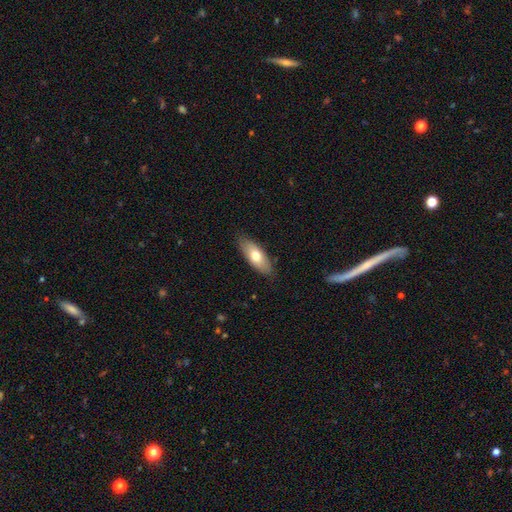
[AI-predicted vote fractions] smooth-or-featured: smooth: 70% | featured or disk: 24% | star or artifact: 6%
  how-rounded: in between: 78% | cigar-shaped: 19% | round: 2%
  merging: none: 85% | minor disturbance: 12% | major disturbance: 2% | merger: 1%